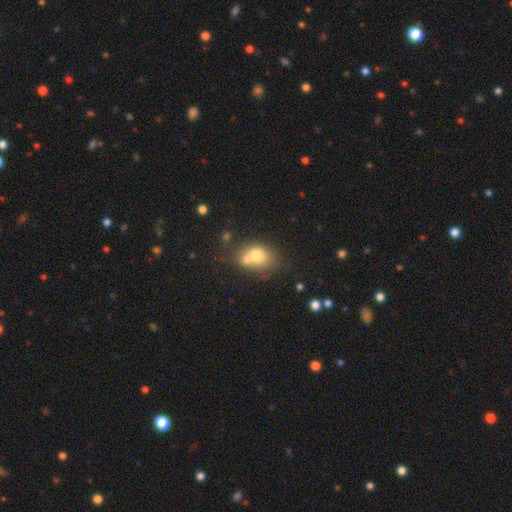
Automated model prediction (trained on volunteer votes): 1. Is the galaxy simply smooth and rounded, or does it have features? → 70% smooth, 19% featured or disk, 12% star or artifact.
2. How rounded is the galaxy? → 51% in between, 48% round, 1% cigar-shaped.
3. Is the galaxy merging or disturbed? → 46% merger, 36% none, 12% minor disturbance, 5% major disturbance.